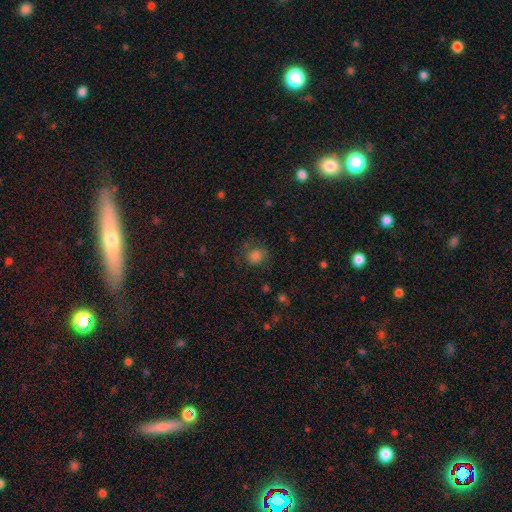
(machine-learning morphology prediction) Smooth or featured?
  - smooth: 78% *
  - star or artifact: 15%
  - featured or disk: 7%
How rounded?
  - round: 75% *
  - in between: 24%
  - cigar-shaped: 1%
Merging?
  - none: 66% *
  - minor disturbance: 21%
  - major disturbance: 11%
  - merger: 2%